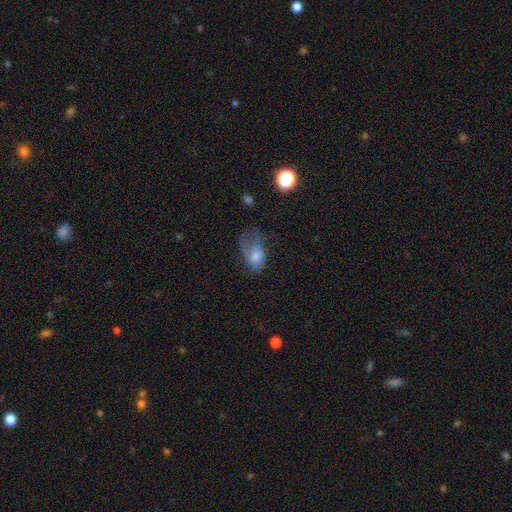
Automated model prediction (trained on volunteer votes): Smooth or featured? smooth (56%)
How rounded? in between (83%)
Merging? major disturbance (41%)